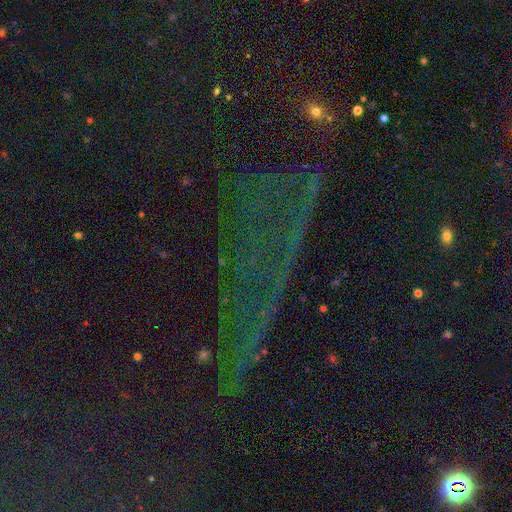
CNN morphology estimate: Smooth or featured? star or artifact (83%)